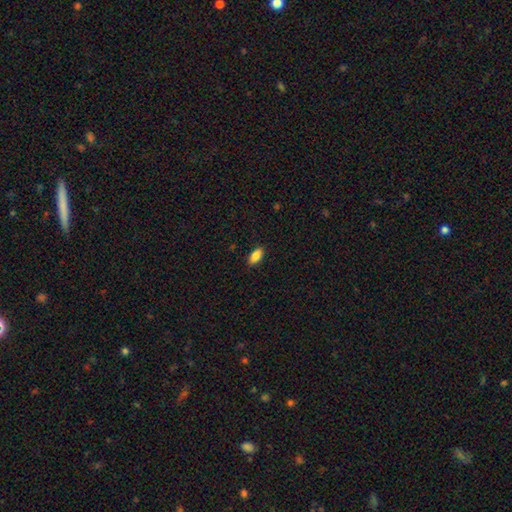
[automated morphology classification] A smooth galaxy with no disk features (86%) that is in between round and cigar-shaped (90%). Merging: none (89%).